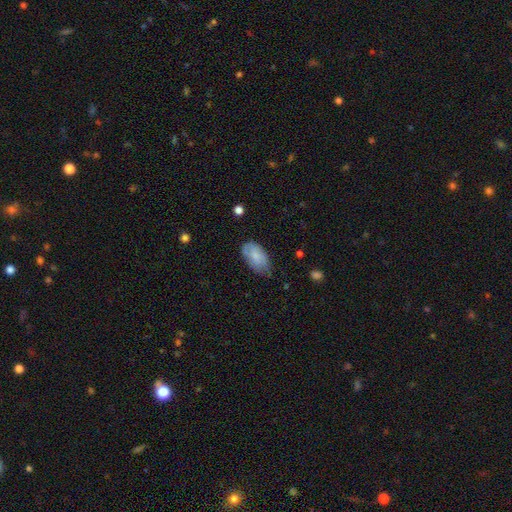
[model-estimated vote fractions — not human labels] Smooth or featured? Predicted: smooth (p=0.76). How rounded? Predicted: in between (p=0.94). Merging? Predicted: none (p=0.58).